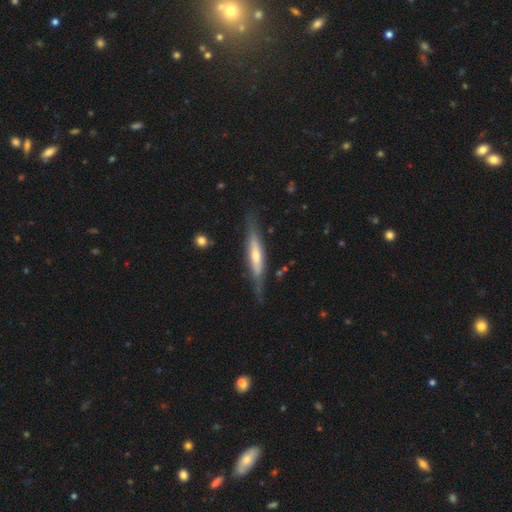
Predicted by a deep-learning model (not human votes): Smooth or featured? Predicted: featured or disk (p=0.63). Edge-on disk? Predicted: yes (p=0.87). Edge-on bulge? Predicted: rounded (p=0.63). Merging? Predicted: none (p=0.76).